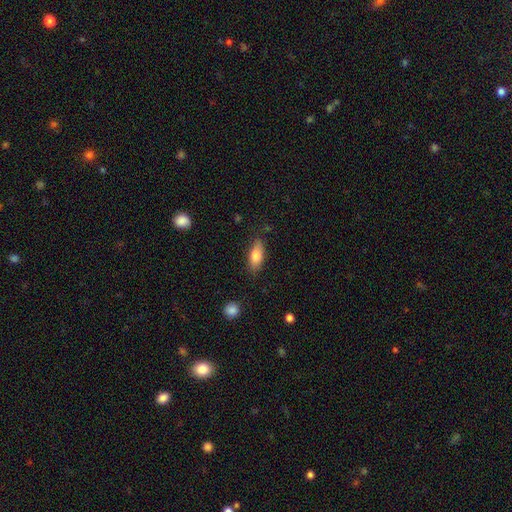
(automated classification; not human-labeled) Q: Smooth or featured?
A: smooth (80%); runner-up: featured or disk (14%)
Q: How rounded?
A: in between (81%); runner-up: cigar-shaped (16%)
Q: Merging?
A: none (79%); runner-up: minor disturbance (16%)